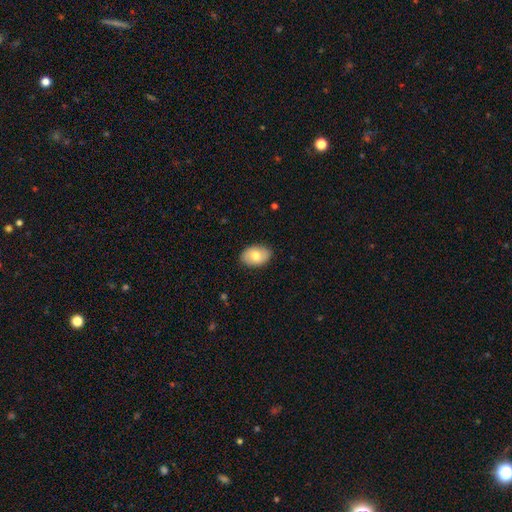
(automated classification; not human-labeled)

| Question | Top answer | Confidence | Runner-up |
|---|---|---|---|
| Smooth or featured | smooth | 72% | featured or disk (21%) |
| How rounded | in between | 87% | round (12%) |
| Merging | none | 87% | minor disturbance (10%) |